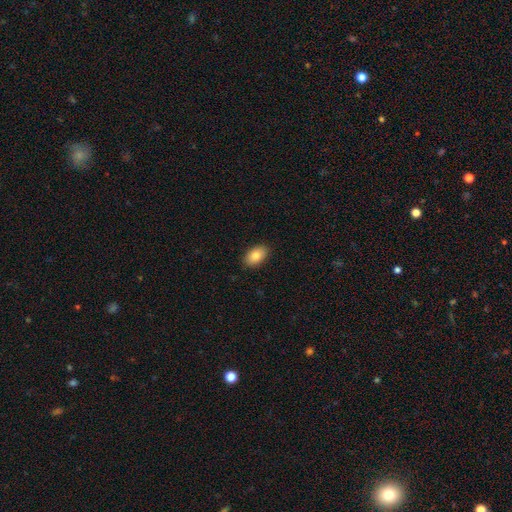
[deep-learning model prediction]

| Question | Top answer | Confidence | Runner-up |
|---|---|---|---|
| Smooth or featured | smooth | 85% | featured or disk (8%) |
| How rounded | in between | 92% | round (6%) |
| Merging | none | 88% | minor disturbance (9%) |